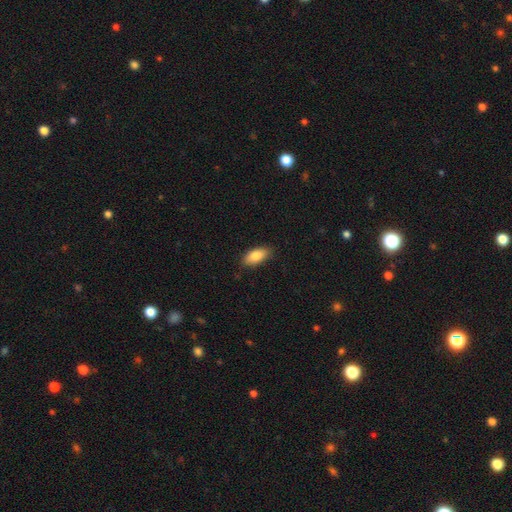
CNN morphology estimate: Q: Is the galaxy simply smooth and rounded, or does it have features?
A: smooth — 85%.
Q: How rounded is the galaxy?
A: in between — 88%.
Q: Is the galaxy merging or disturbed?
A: none — 85%.